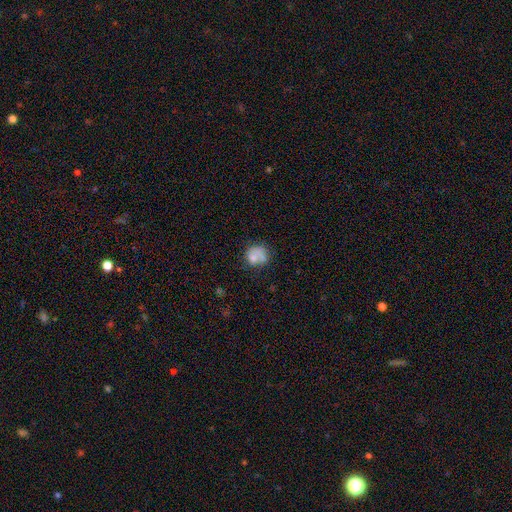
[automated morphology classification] This appears to be a smooth galaxy with no disk features (66%) that is round (67%). Merging: none (41%).